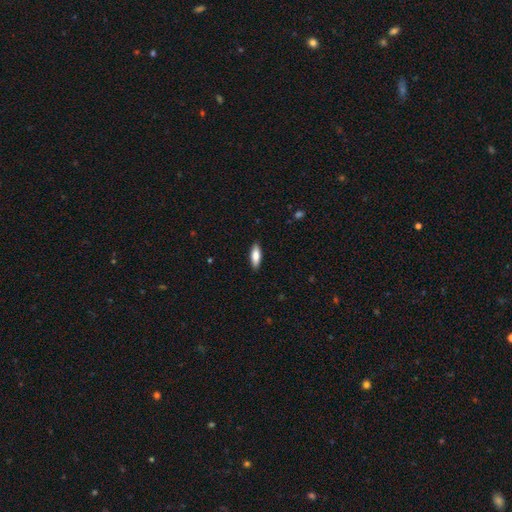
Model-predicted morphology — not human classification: This appears to be a smooth galaxy with no disk features (80%) that is in between round and cigar-shaped (64%). Merging: none (89%).